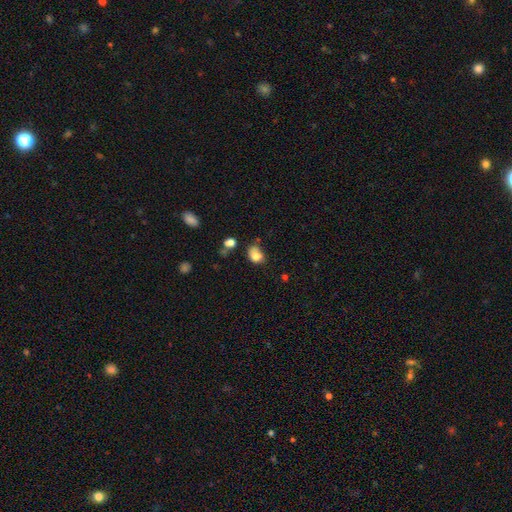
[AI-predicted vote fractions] This is likely a smooth galaxy (80%). How rounded: likely in between (62%). Merging: possibly none (46%).